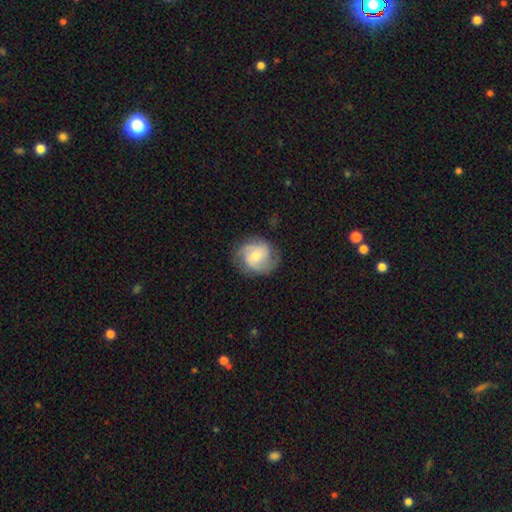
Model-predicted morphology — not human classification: smooth-or-featured: featured or disk: 65% | smooth: 29% | star or artifact: 6%
  disk-edge-on: no: 98% | yes: 2%
    bar: no: 62% | weak: 32% | strong: 6%
    has-spiral-arms: yes: 91% | no: 9%
      spiral-winding: medium: 46% | tight: 37% | loose: 17%
      spiral-arm-count: 2: 53% | 3: 21% | can't tell: 16% | 1: 4% | 4: 4% | more than 4: 3%
    bulge-size: moderate: 54% | small: 39% | large: 5% | none: 2% | dominant: 1%
  merging: none: 74% | minor disturbance: 18% | major disturbance: 7% | merger: 1%